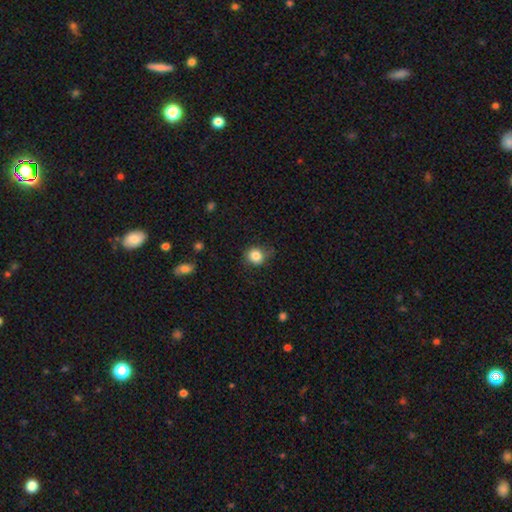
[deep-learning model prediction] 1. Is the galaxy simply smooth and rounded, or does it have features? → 84% smooth, 10% star or artifact, 6% featured or disk.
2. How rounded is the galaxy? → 79% round, 20% in between, 1% cigar-shaped.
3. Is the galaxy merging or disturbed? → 74% none, 20% minor disturbance, 5% major disturbance, 1% merger.